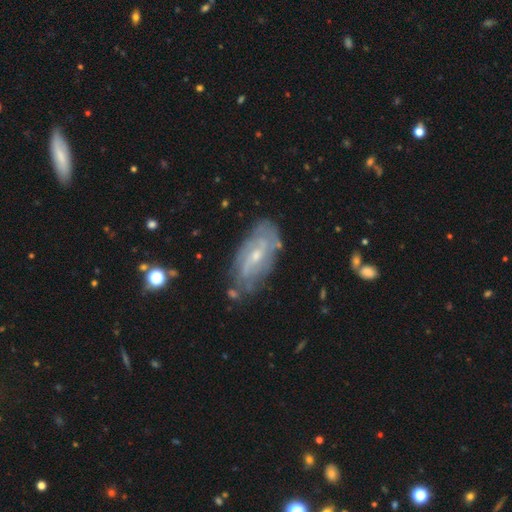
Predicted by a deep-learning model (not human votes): Smooth or featured? featured or disk (74%)
Edge-on disk? no (90%)
Bar? weak (50%)
Spiral arms? yes (83%)
Spiral winding? tight (44%)
Spiral arm count? can't tell (44%)
Bulge size? small (61%)
Merging? none (69%)